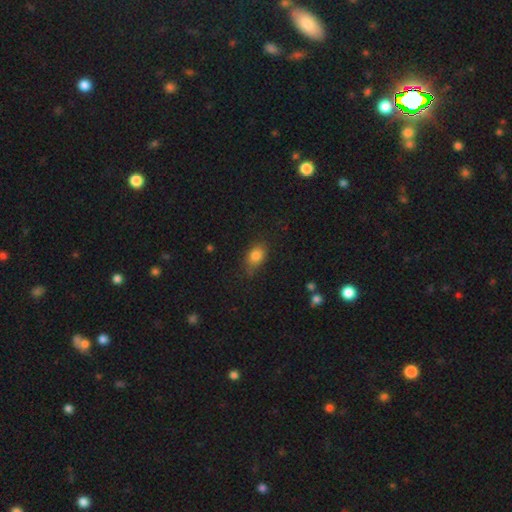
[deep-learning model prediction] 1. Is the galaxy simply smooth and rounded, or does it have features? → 82% smooth, 10% star or artifact, 8% featured or disk.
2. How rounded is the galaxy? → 76% in between, 21% round, 3% cigar-shaped.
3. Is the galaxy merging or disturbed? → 70% none, 24% minor disturbance, 5% major disturbance, 2% merger.